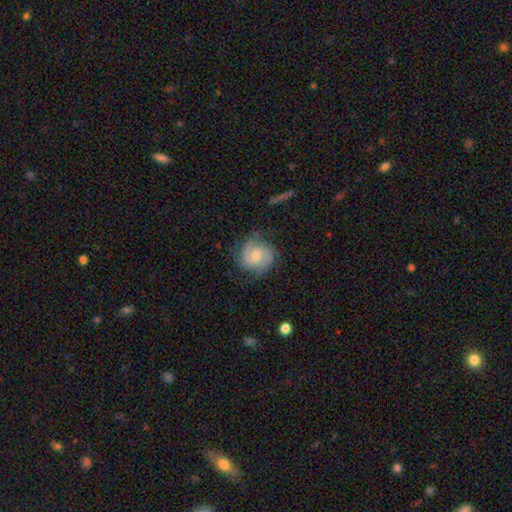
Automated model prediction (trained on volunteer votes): Smooth or featured?
  - featured or disk: 77% *
  - smooth: 17%
  - star or artifact: 6%
Edge-on disk?
  - no: 98% *
  - yes: 2%
Bar?
  - no: 55% *
  - weak: 39%
  - strong: 6%
Spiral arms?
  - yes: 96% *
  - no: 4%
Spiral winding?
  - medium: 47% *
  - tight: 40%
  - loose: 13%
Spiral arm count?
  - 2: 81% *
  - can't tell: 8%
  - 3: 6%
  - 1: 2%
  - 4: 2%
  - more than 4: 1%
Bulge size?
  - moderate: 48% *
  - small: 45%
  - none: 3%
  - large: 3%
  - dominant: 1%
Merging?
  - none: 75% *
  - minor disturbance: 17%
  - major disturbance: 6%
  - merger: 1%